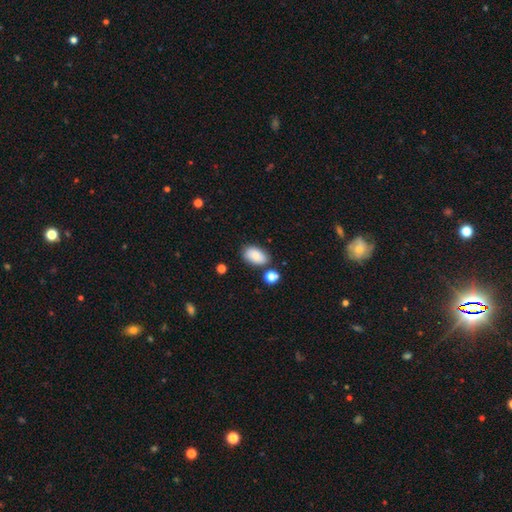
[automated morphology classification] This appears to be a smooth galaxy with no disk features (80%) that is in between round and cigar-shaped (91%). Merging: none (77%).